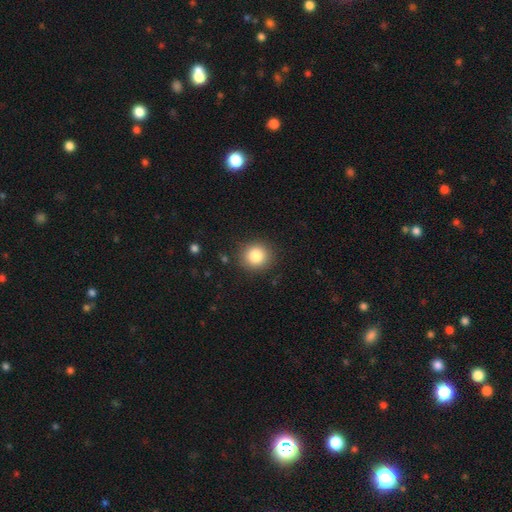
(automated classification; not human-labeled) Morphology: type=smooth (84%); roundness=round (89%); merging=none (89%).